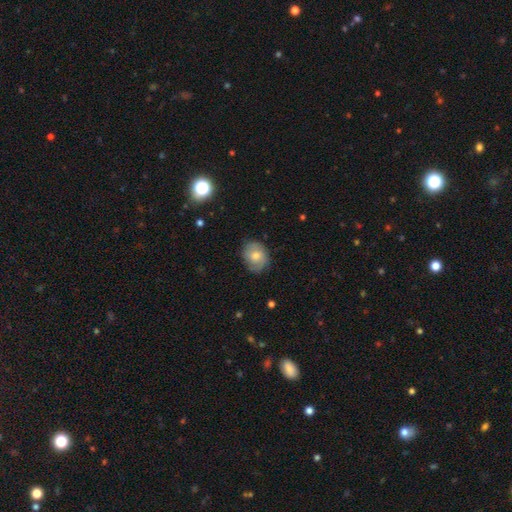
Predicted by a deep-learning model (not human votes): This is possibly a featured or disk galaxy (49%). Merging: likely none (79%).